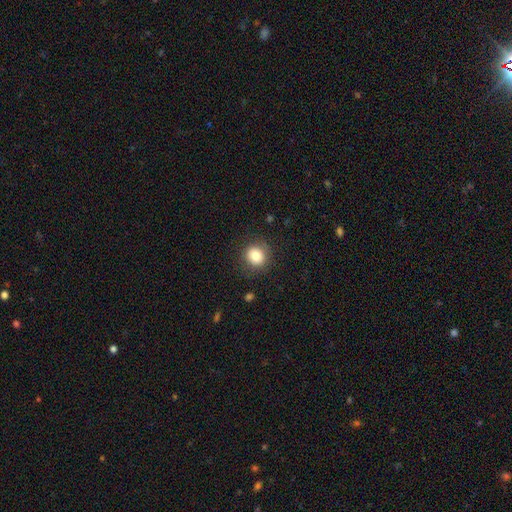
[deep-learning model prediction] smooth_or_featured: smooth (p=0.81) [alt: star or artifact p=0.10]
how_rounded: round (p=0.84) [alt: in between p=0.15]
merging: none (p=0.86) [alt: minor disturbance p=0.09]